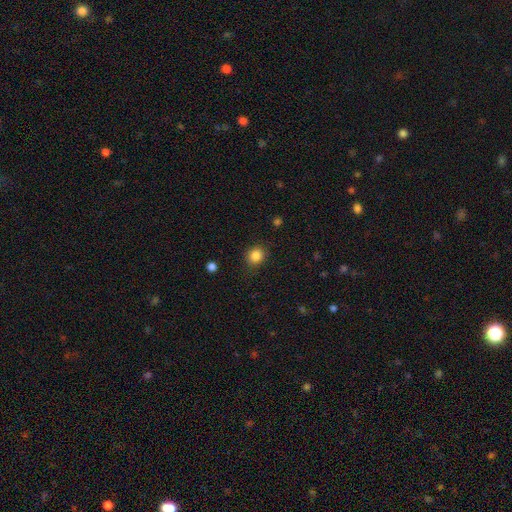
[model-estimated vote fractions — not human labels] This is clearly a smooth galaxy (85%). How rounded: likely round (76%). Merging: clearly none (86%).